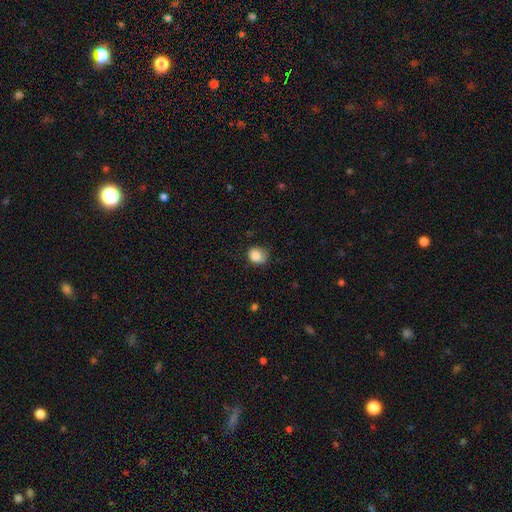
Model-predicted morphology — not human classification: A smooth galaxy with no disk features (84%) that is round (58%).

Vote fractions:
- Smooth or featured? smooth: 84% / star or artifact: 9% / featured or disk: 7%
- How rounded? round: 58% / in between: 41% / cigar-shaped: 1%
- Merging? none: 57% / minor disturbance: 31% / major disturbance: 10% / merger: 2%